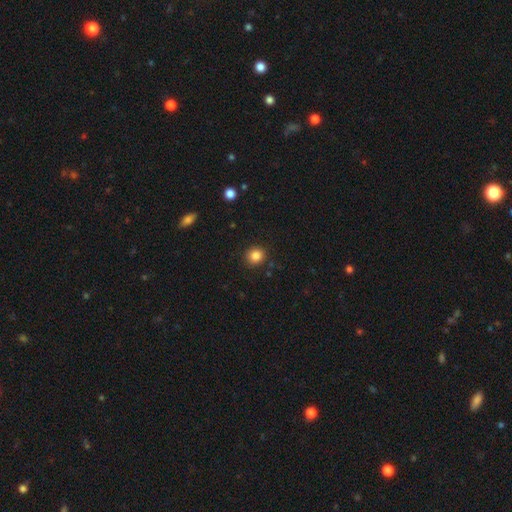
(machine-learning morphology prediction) type=smooth (85%); roundness=round (86%); merging=none (90%).